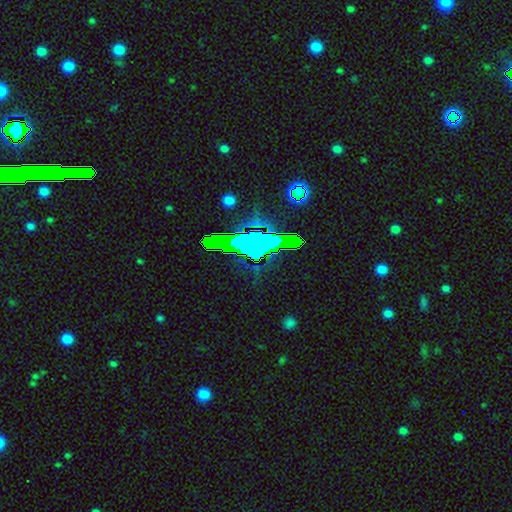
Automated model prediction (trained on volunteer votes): Q: Smooth or featured?
A: star or artifact (66%); runner-up: smooth (22%)